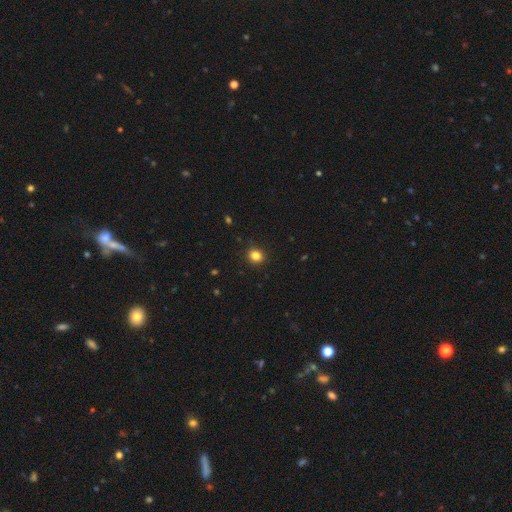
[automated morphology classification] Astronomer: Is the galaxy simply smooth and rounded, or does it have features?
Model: smooth — 83%.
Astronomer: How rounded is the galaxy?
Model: round — 78%.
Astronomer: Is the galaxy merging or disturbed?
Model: none — 91%.